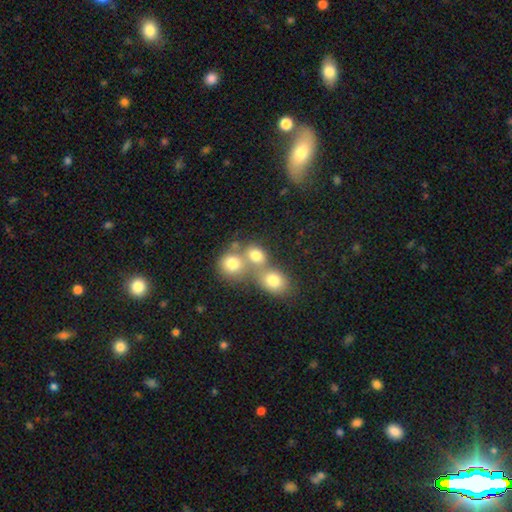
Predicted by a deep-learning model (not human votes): Q: Smooth or featured?
A: smooth (75%); runner-up: star or artifact (13%)
Q: How rounded?
A: round (70%); runner-up: in between (29%)
Q: Merging?
A: merger (49%); runner-up: none (39%)